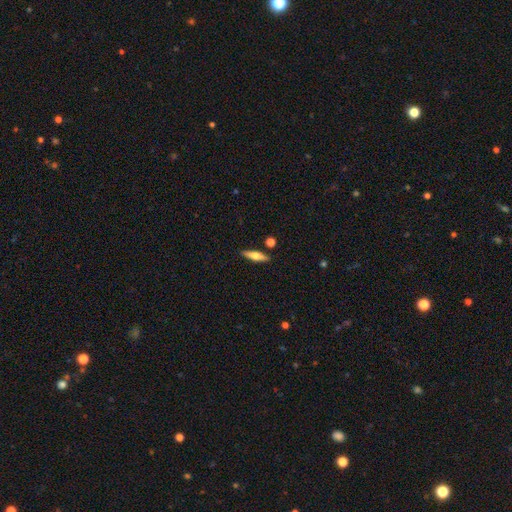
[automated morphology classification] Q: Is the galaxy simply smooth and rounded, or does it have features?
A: smooth — 54%.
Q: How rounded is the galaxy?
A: cigar-shaped — 68%.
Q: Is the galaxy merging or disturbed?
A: none — 87%.